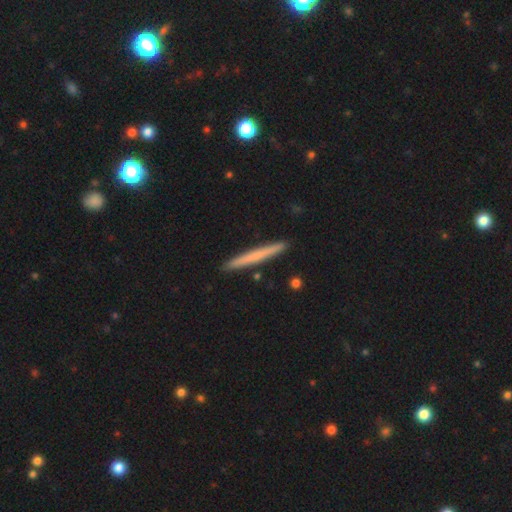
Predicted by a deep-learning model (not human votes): A smooth galaxy with no disk features (59%) that is cigar-shaped (97%).

Vote fractions:
- Smooth or featured? smooth: 59% / featured or disk: 35% / star or artifact: 6%
- How rounded? cigar-shaped: 97% / in between: 2% / round: 1%
- Merging? none: 92% / minor disturbance: 5% / merger: 1% / major disturbance: 1%